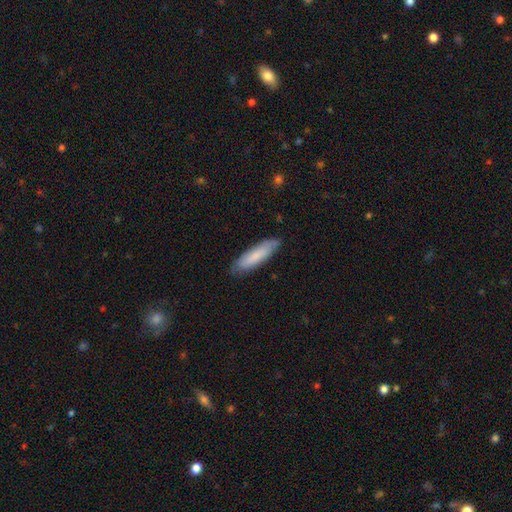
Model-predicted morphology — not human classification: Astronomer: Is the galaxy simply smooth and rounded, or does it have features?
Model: smooth — 78%.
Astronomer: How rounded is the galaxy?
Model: cigar-shaped — 67%.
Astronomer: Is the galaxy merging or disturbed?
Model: none — 83%.